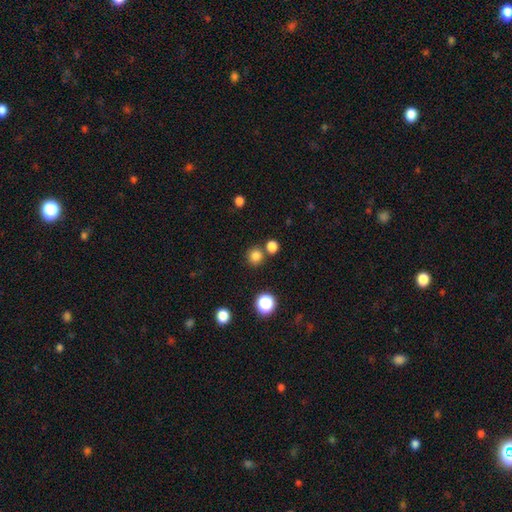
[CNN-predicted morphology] This is clearly a smooth galaxy (80%). How rounded: clearly round (91%). Merging: likely none (77%).